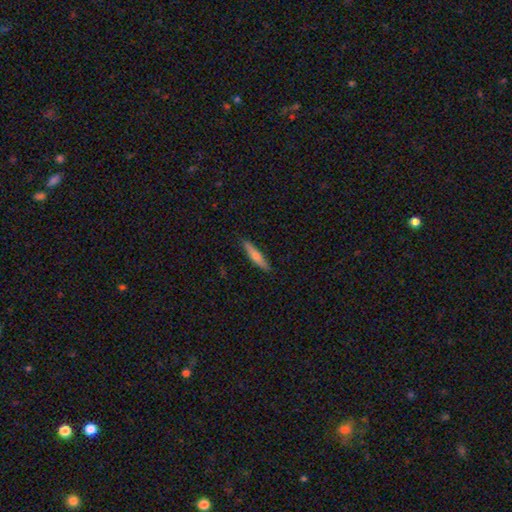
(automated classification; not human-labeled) Smooth or featured?
  - smooth: 57% *
  - featured or disk: 37%
  - star or artifact: 6%
How rounded?
  - cigar-shaped: 89% *
  - in between: 10%
  - round: 2%
Merging?
  - none: 89% *
  - minor disturbance: 8%
  - major disturbance: 2%
  - merger: 1%